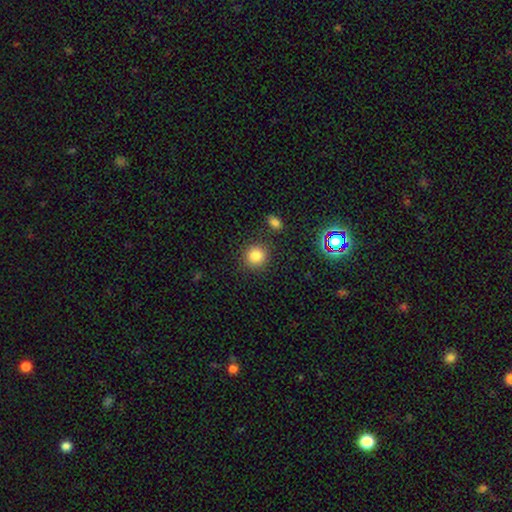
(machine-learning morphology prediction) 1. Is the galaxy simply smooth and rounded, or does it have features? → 82% smooth, 13% star or artifact, 6% featured or disk.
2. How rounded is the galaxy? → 90% round, 9% in between, 1% cigar-shaped.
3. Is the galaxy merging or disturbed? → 86% none, 8% minor disturbance, 3% merger, 3% major disturbance.